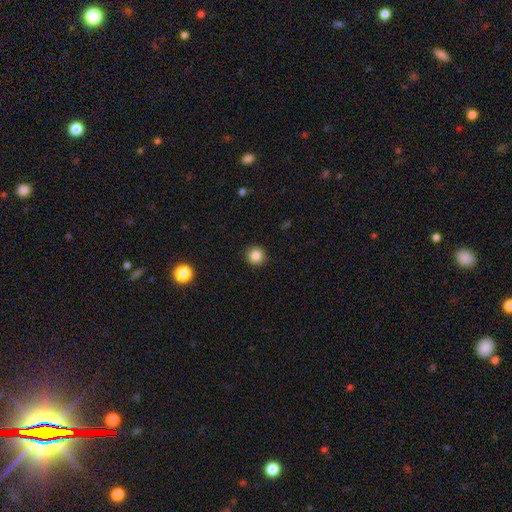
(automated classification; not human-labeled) This is clearly a smooth galaxy (84%). How rounded: clearly round (94%). Merging: clearly none (93%).